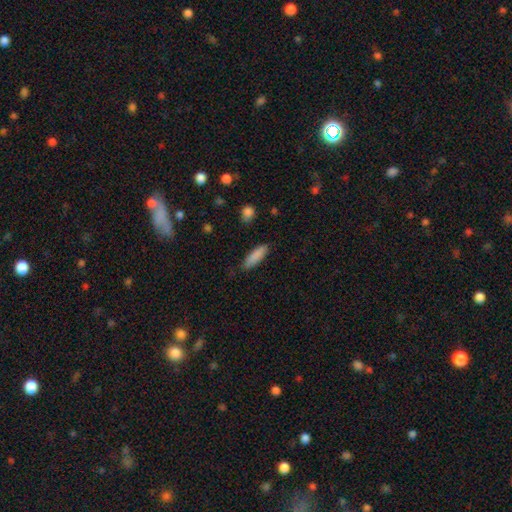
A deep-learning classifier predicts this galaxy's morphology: A smooth galaxy with no disk features (87%) that is cigar-shaped (52%).

Vote fractions:
- Smooth or featured? smooth: 87% / star or artifact: 6% / featured or disk: 6%
- How rounded? cigar-shaped: 52% / in between: 46% / round: 2%
- Merging? none: 84% / minor disturbance: 12% / major disturbance: 2% / merger: 1%